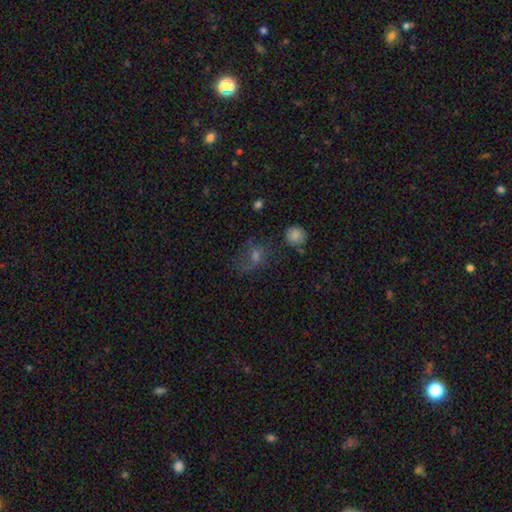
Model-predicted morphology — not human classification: This is marginally a smooth galaxy (44%). Merging: possibly none (47%).